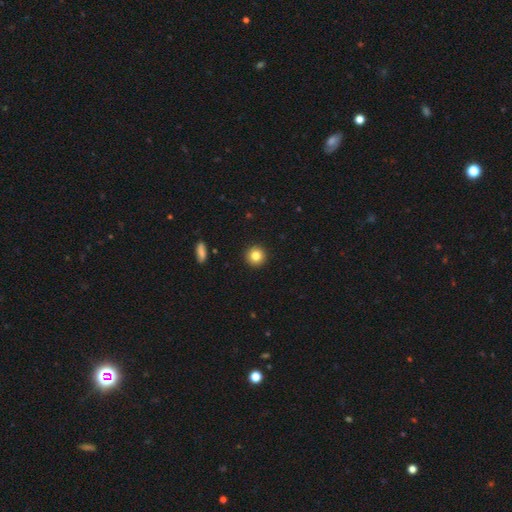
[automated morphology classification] This is clearly a smooth galaxy (83%). How rounded: clearly round (95%). Merging: clearly none (93%).